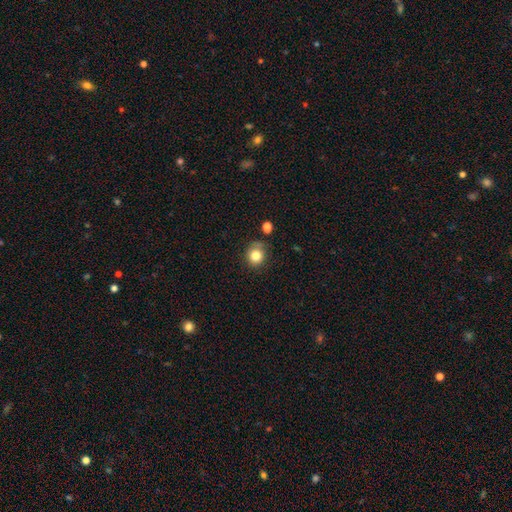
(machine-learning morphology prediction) Smooth or featured: smooth — 82% (star or artifact — 11%)
How rounded: round — 84% (in between — 15%)
Merging: none — 70% (minor disturbance — 19%)